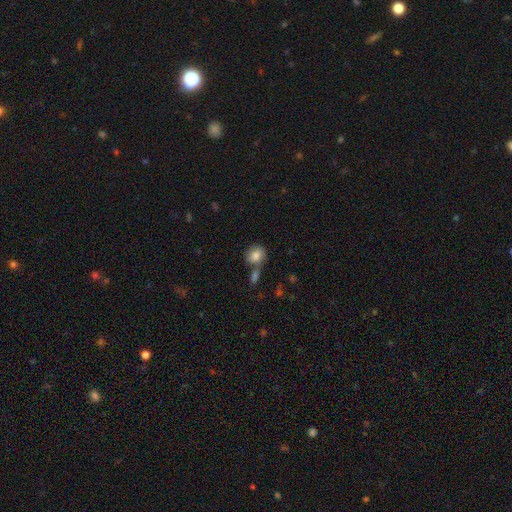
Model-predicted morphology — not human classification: The model was most divided on "merging": none: 53%, merger: 26%, minor disturbance: 15%, major disturbance: 6%. More confident: smooth or featured — smooth (82%); how rounded — round (68%).